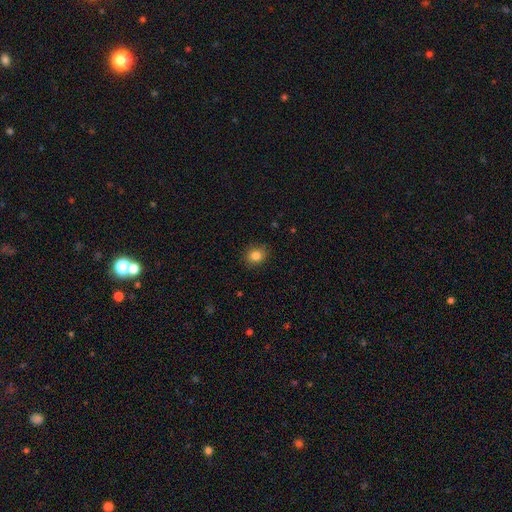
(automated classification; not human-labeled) smooth_or_featured: smooth (p=0.84) [alt: star or artifact p=0.11]
how_rounded: round (p=0.69) [alt: in between p=0.30]
merging: none (p=0.87) [alt: minor disturbance p=0.09]